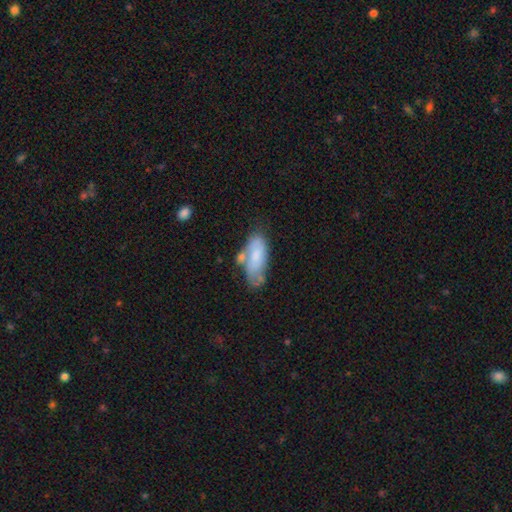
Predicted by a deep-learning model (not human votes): A smooth galaxy with no disk features (66%) that is in between round and cigar-shaped (85%). Merging: none (41%).